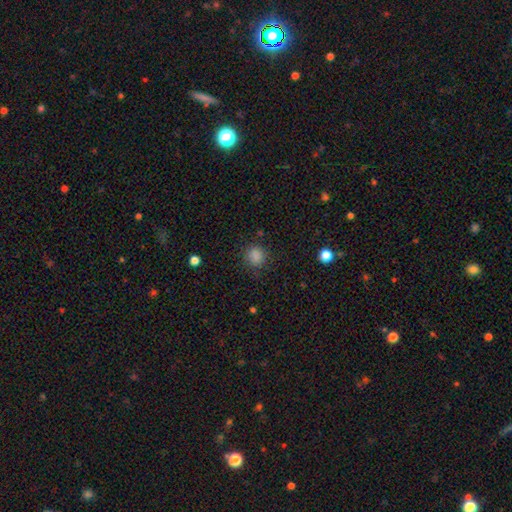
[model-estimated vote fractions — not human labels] Overall: smooth (84%). How rounded: round (84%). Merging: none (82%).